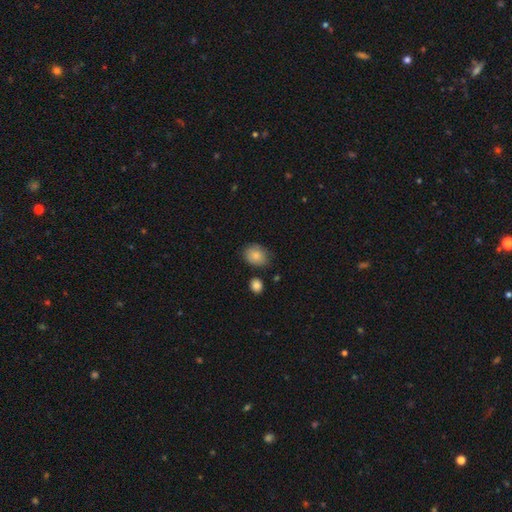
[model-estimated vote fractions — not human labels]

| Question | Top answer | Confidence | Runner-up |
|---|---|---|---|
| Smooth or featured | smooth | 84% | star or artifact (8%) |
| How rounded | round | 51% | in between (48%) |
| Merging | none | 73% | minor disturbance (19%) |